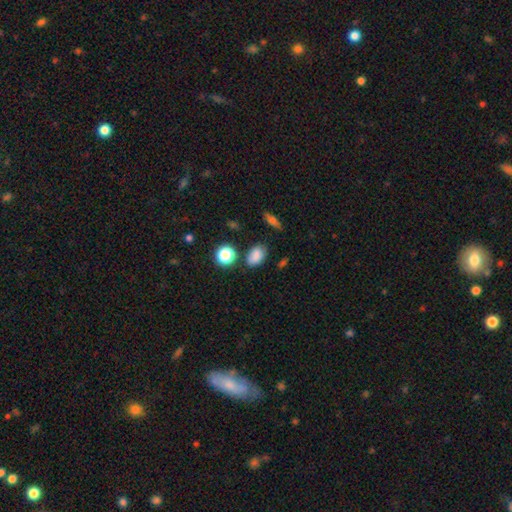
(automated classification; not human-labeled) smooth 81%, star or artifact 12%, featured or disk 7%. Down the decision tree: how rounded — in between (81%); merging — none (75%).